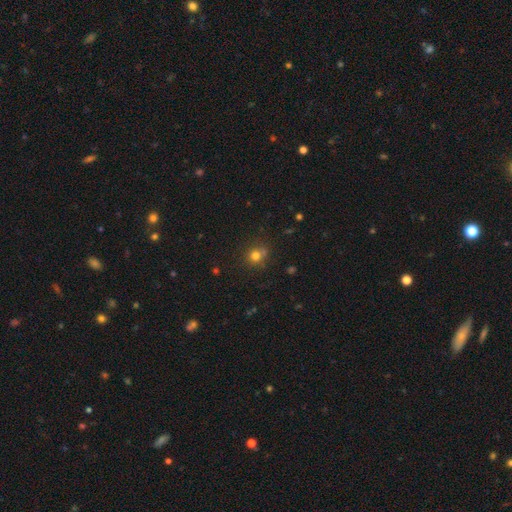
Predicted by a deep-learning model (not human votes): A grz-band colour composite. It shows a smooth galaxy with no disk features (77%) that is round (84%). Merging: none (68%).